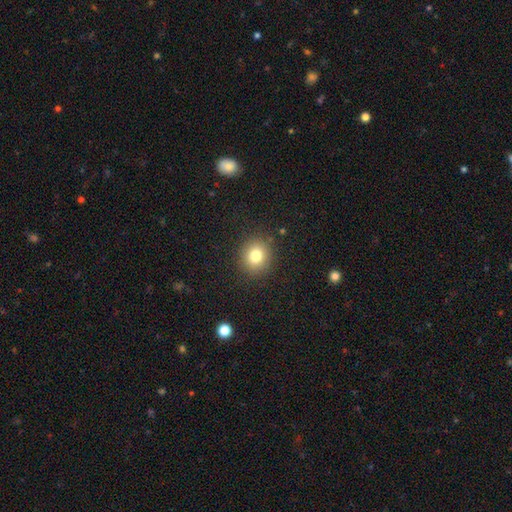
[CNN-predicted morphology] This appears to be a smooth galaxy with no disk features (80%) that is round (83%). Merging: none (89%).